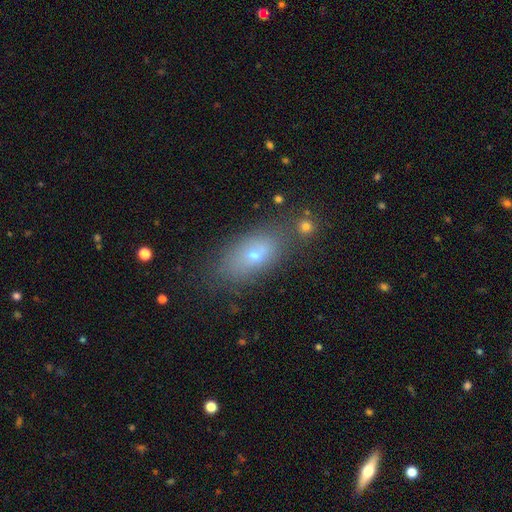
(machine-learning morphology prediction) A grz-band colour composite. It shows a smooth galaxy with no disk features (63%) that is in between round and cigar-shaped (83%). Merging: none (67%).